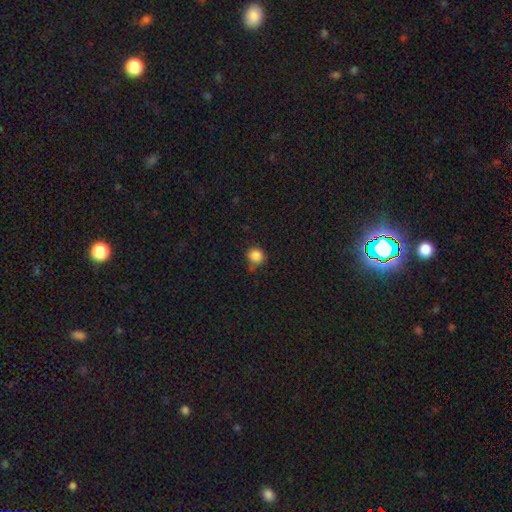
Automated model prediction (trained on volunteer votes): This appears to be a smooth galaxy with no disk features (85%) that is round (86%). Merging: none (68%).